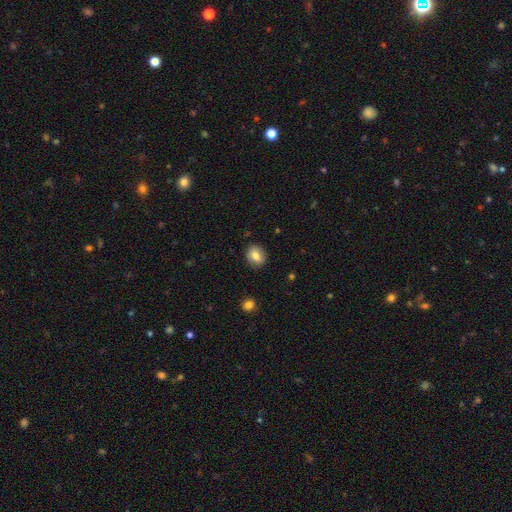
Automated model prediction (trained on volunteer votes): Morphology: type=smooth (77%); roundness=round (53%); merging=none (86%).